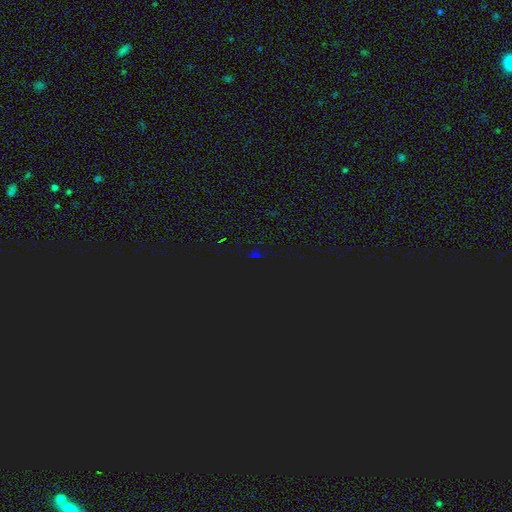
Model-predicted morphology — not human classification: Q: Smooth or featured?
A: star or artifact (74%); runner-up: smooth (18%)